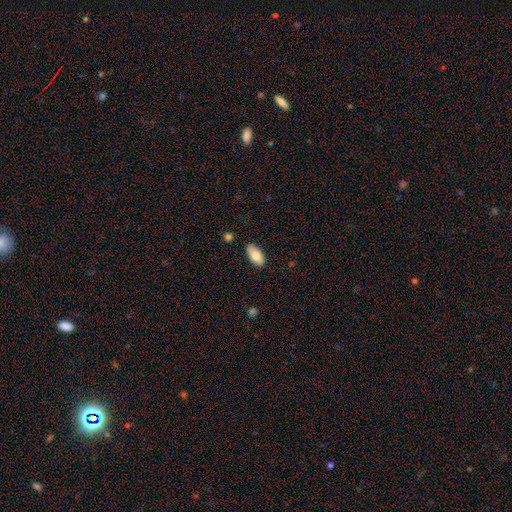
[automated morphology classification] Smooth or featured? smooth (79%)
How rounded? in between (93%)
Merging? none (85%)